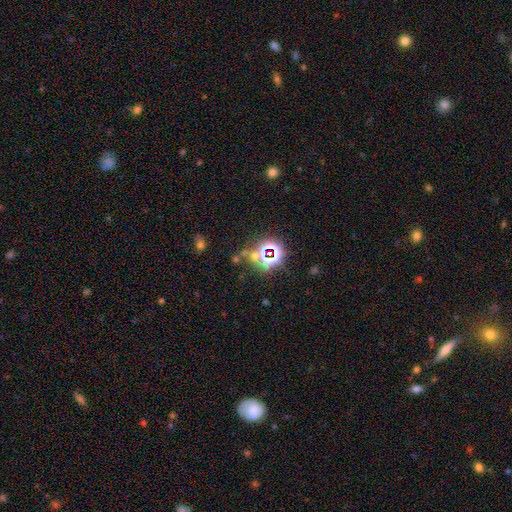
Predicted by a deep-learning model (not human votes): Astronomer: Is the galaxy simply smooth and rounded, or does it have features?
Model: star or artifact — 68%.